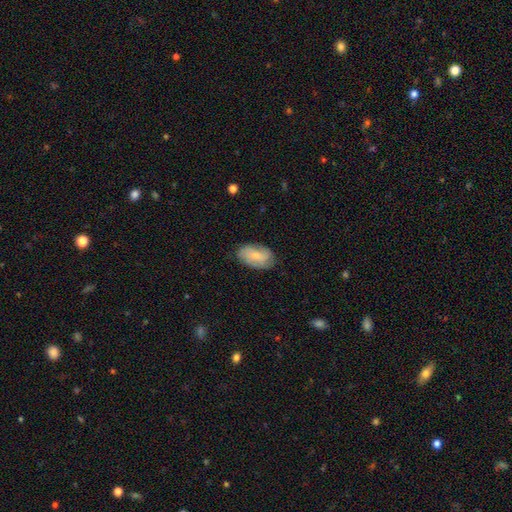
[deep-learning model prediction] This appears to be a smooth galaxy with no disk features (58%) that is in between round and cigar-shaped (92%). Merging: none (76%).